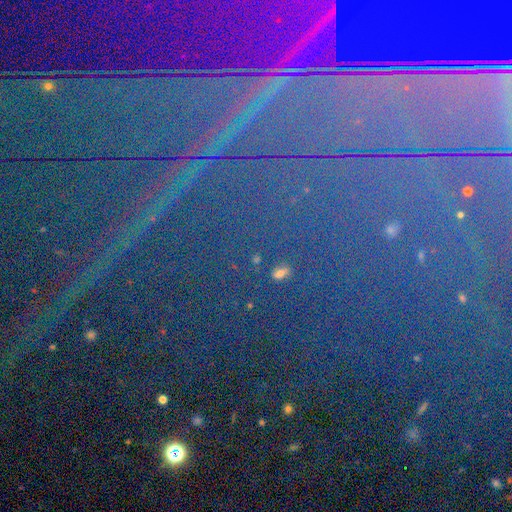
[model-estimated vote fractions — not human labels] This appears to be a star or artifact, not a galaxy (86%).